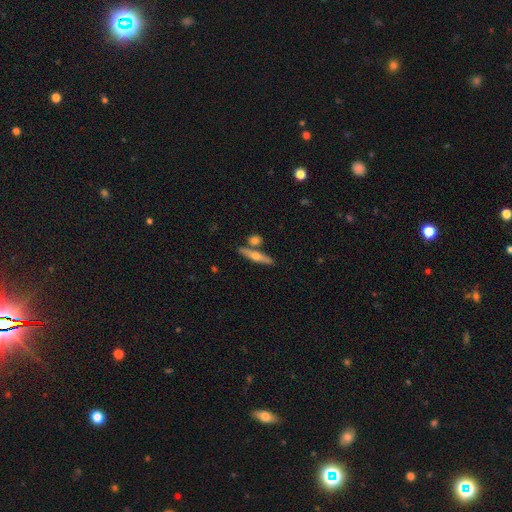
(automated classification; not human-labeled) smooth-or-featured: featured or disk: 51% | smooth: 43% | star or artifact: 6%
  disk-edge-on: yes: 92% | no: 8%
  merging: none: 73% | merger: 15% | minor disturbance: 9% | major disturbance: 3%